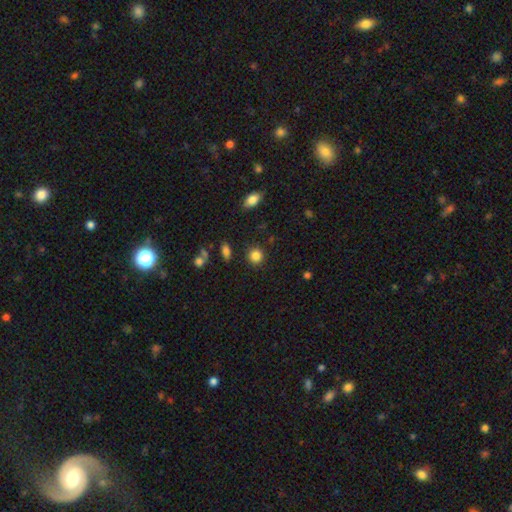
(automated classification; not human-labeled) smooth 85%, star or artifact 11%, featured or disk 5%. Down the decision tree: how rounded — round (89%); merging — none (89%).